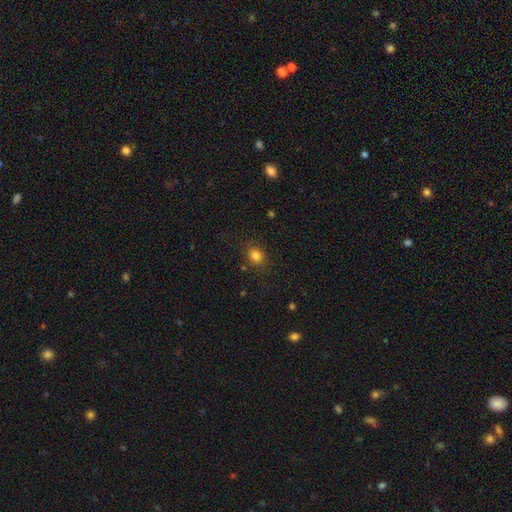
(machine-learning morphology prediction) Smooth or featured? smooth (81%)
How rounded? round (59%)
Merging? none (84%)